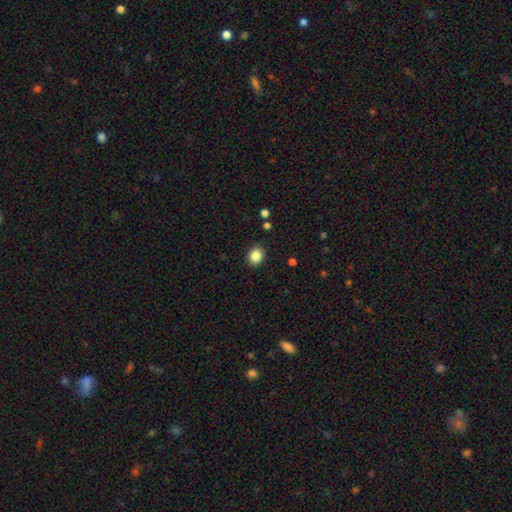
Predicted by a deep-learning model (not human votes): Q: Smooth or featured?
A: smooth (86%); runner-up: star or artifact (10%)
Q: How rounded?
A: round (54%); runner-up: in between (45%)
Q: Merging?
A: none (89%); runner-up: minor disturbance (7%)